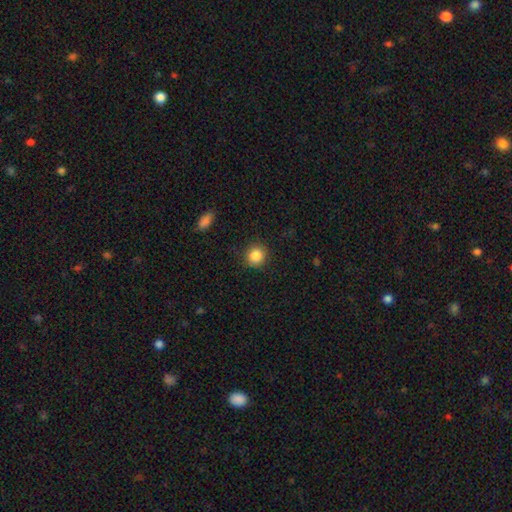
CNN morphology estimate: Smooth or featured: smooth — 86% (star or artifact — 10%)
How rounded: round — 90% (in between — 9%)
Merging: none — 86% (minor disturbance — 9%)